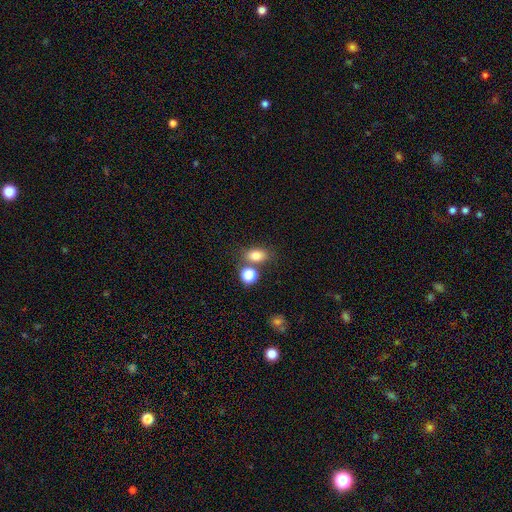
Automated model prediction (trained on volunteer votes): The model was most divided on "how rounded": in between: 68%, round: 30%, cigar-shaped: 2%. More confident: smooth or featured — smooth (77%); merging — none (66%).